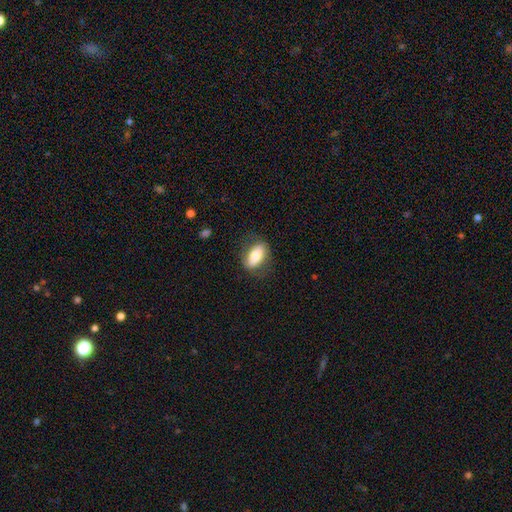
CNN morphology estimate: Smooth or featured? smooth (72%)
How rounded? in between (86%)
Merging? none (77%)